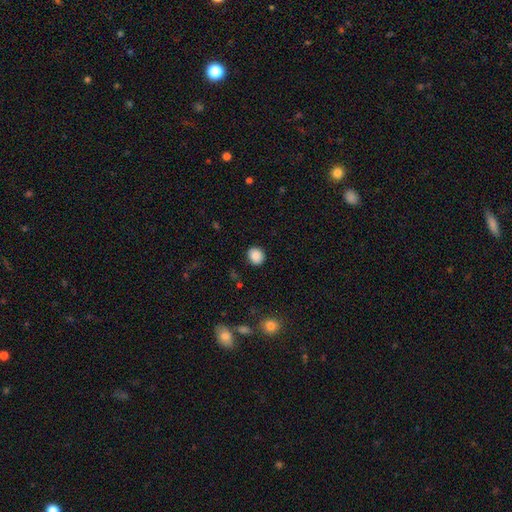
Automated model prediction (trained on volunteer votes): A smooth galaxy with no disk features (88%) that is round (73%).

Vote fractions:
- Smooth or featured? smooth: 88% / star or artifact: 8% / featured or disk: 3%
- How rounded? round: 73% / in between: 27% / cigar-shaped: 1%
- Merging? none: 89% / minor disturbance: 8% / major disturbance: 2% / merger: 1%